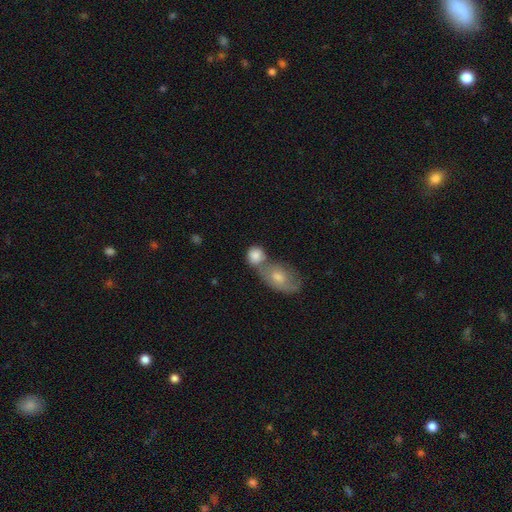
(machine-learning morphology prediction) Smooth or featured? Predicted: smooth (p=0.81). How rounded? Predicted: round (p=0.59). Merging? Predicted: merger (p=0.59).